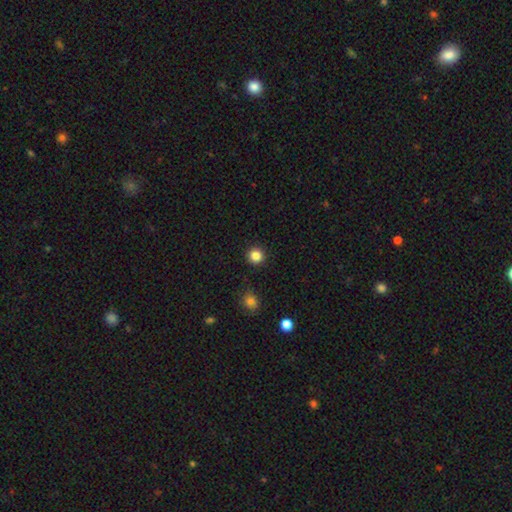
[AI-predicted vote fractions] A smooth galaxy with no disk features (85%) that is round (95%).

Vote fractions:
- Smooth or featured? smooth: 85% / star or artifact: 12% / featured or disk: 4%
- How rounded? round: 95% / in between: 4% / cigar-shaped: 1%
- Merging? none: 92% / minor disturbance: 5% / major disturbance: 2% / merger: 1%